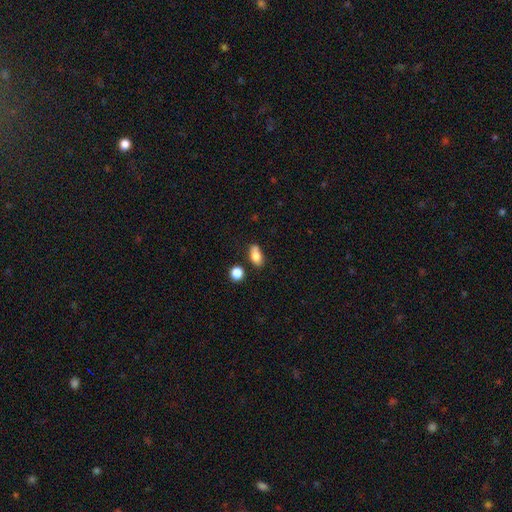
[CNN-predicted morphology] Q: Smooth or featured?
A: smooth (80%); runner-up: featured or disk (11%)
Q: How rounded?
A: in between (82%); runner-up: round (13%)
Q: Merging?
A: none (58%); runner-up: minor disturbance (19%)